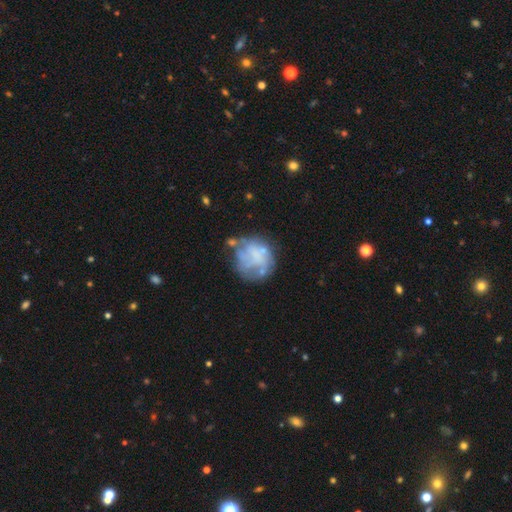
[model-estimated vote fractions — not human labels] smooth_or_featured: featured or disk (p=0.51) [alt: smooth p=0.39]
disk_edge_on: no (p=0.98) [alt: yes p=0.02]
merging: none (p=0.46) [alt: minor disturbance p=0.23]